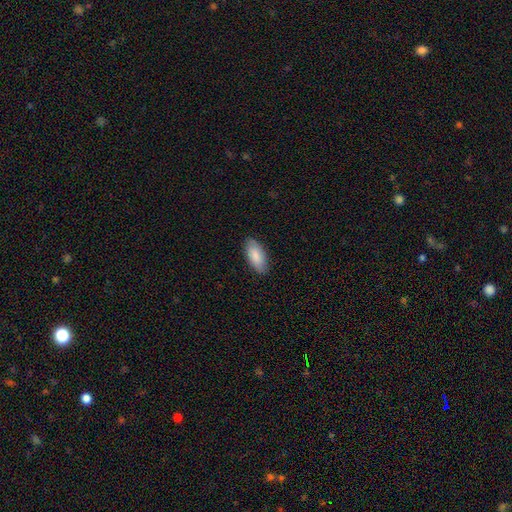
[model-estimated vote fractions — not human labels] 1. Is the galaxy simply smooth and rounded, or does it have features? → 84% smooth, 10% featured or disk, 5% star or artifact.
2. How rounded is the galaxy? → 89% in between, 10% cigar-shaped, 2% round.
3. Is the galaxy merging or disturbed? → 86% none, 11% minor disturbance, 2% major disturbance, 1% merger.